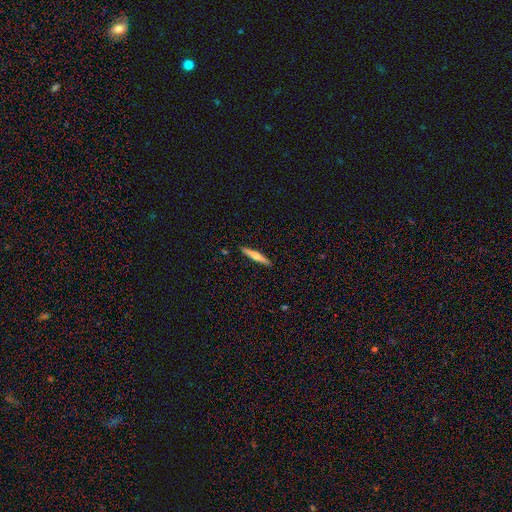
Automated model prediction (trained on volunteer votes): The model was most divided on "smooth or featured": featured or disk: 55%, smooth: 39%, star or artifact: 6%. More confident: edge-on disk — yes (96%); merging — none (91%); edge-on bulge — rounded (89%).